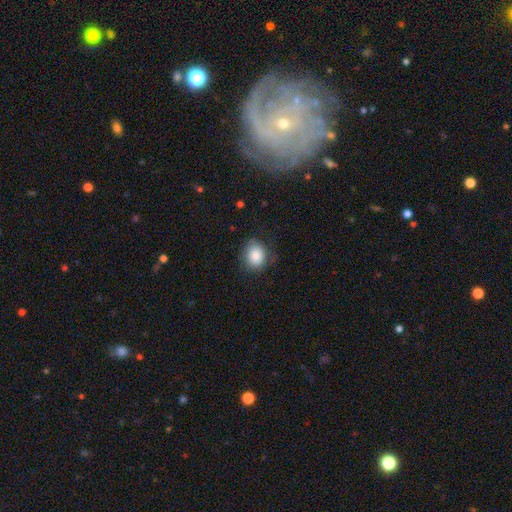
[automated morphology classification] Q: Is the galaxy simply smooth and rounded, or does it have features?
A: smooth — 84%.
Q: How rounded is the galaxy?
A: round — 55%.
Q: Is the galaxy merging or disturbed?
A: none — 72%.